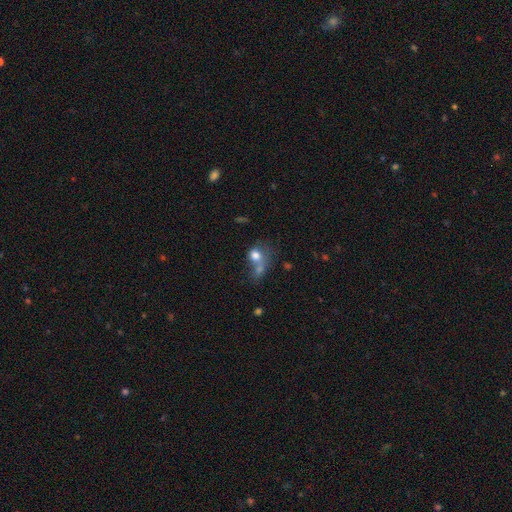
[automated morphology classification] The model was most divided on "how rounded": round: 63%, in between: 35%, cigar-shaped: 1%. More confident: smooth or featured — smooth (73%); merging — merger (54%).